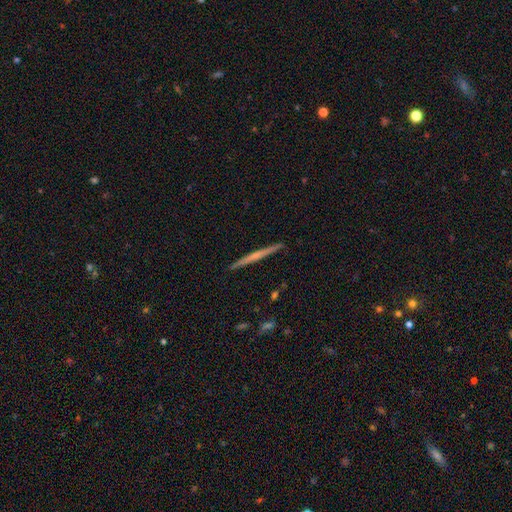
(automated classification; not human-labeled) A featured or disk galaxy (58%) viewed edge-on (98%) with no central bulge (68%). Merging: none (92%).